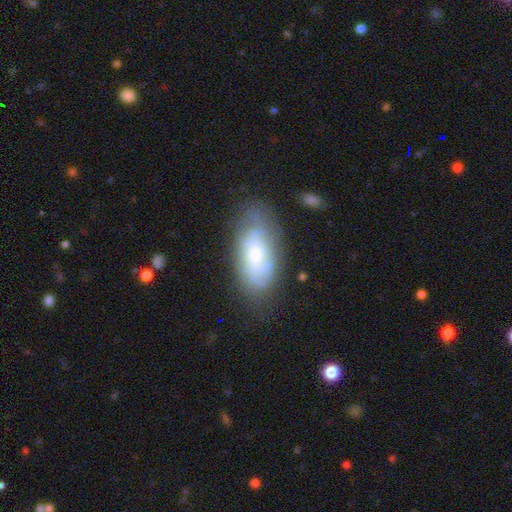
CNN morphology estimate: This appears to be a featured or disk galaxy (52%). Merging: none (66%).